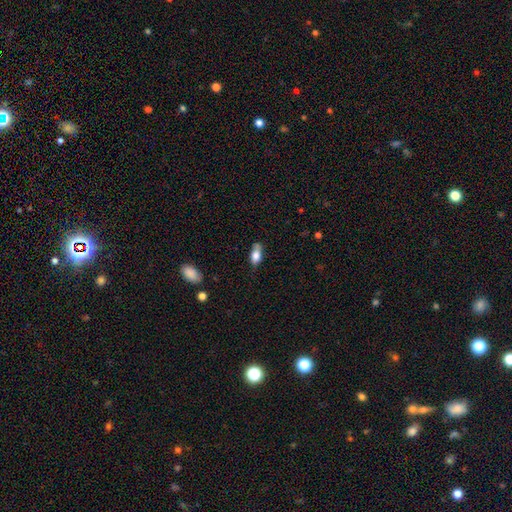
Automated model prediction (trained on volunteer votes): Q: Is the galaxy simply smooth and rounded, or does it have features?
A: smooth — 75%.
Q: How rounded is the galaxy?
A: in between — 85%.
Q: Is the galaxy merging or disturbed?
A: none — 57%.